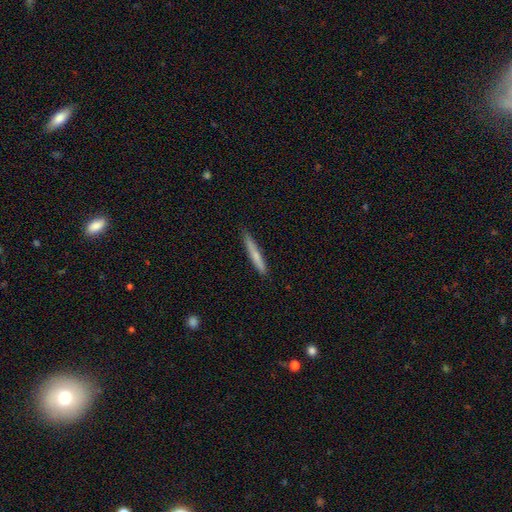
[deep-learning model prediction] smooth_or_featured: smooth (p=0.69) [alt: featured or disk p=0.25]
how_rounded: cigar-shaped (p=0.95) [alt: in between p=0.03]
merging: none (p=0.87) [alt: minor disturbance p=0.10]